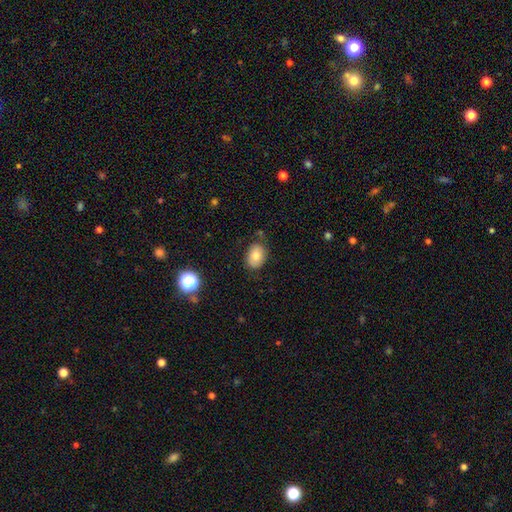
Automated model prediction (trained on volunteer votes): smooth-or-featured: smooth: 76% | featured or disk: 14% | star or artifact: 10%
  how-rounded: in between: 74% | round: 25% | cigar-shaped: 1%
  merging: none: 77% | minor disturbance: 16% | major disturbance: 4% | merger: 3%